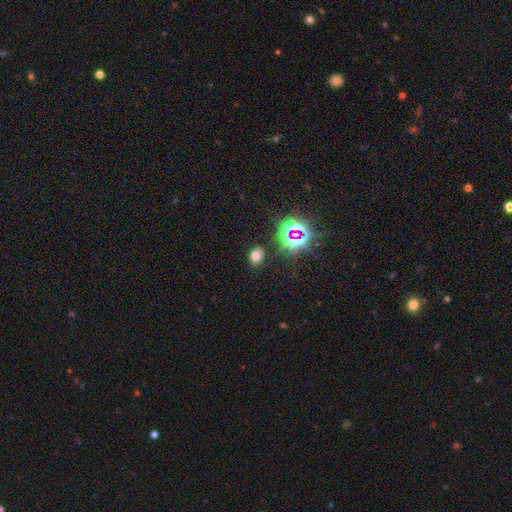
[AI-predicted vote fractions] Smooth or featured: smooth — 61% (star or artifact — 28%)
How rounded: in between — 63% (round — 36%)
Merging: none — 84% (minor disturbance — 10%)